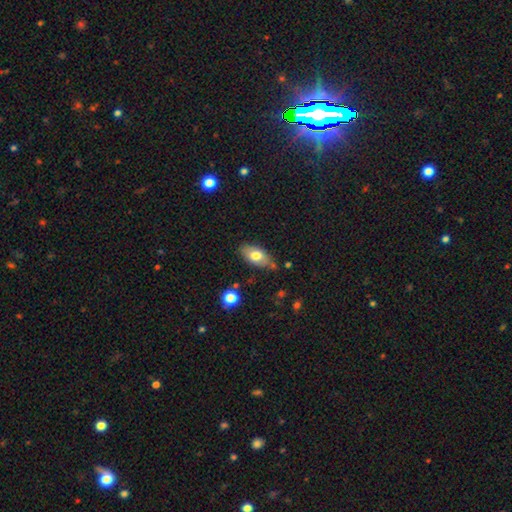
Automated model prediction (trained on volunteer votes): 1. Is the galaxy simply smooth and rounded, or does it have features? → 73% smooth, 20% featured or disk, 7% star or artifact.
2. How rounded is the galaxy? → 90% in between, 5% round, 5% cigar-shaped.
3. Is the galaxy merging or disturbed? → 75% none, 17% minor disturbance, 5% merger, 3% major disturbance.